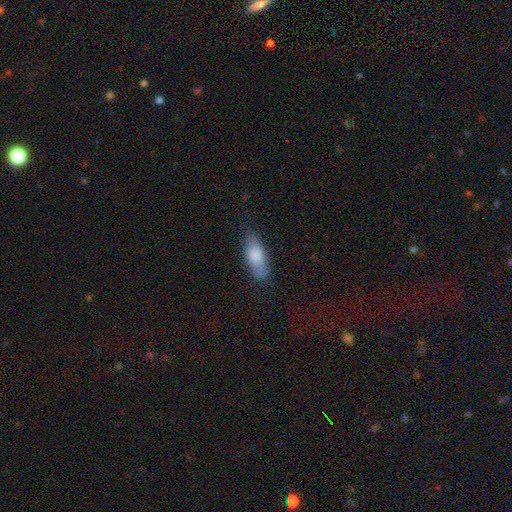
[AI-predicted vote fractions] Smooth or featured: smooth — 81% (featured or disk — 13%)
How rounded: in between — 79% (cigar-shaped — 18%)
Merging: none — 68% (minor disturbance — 23%)